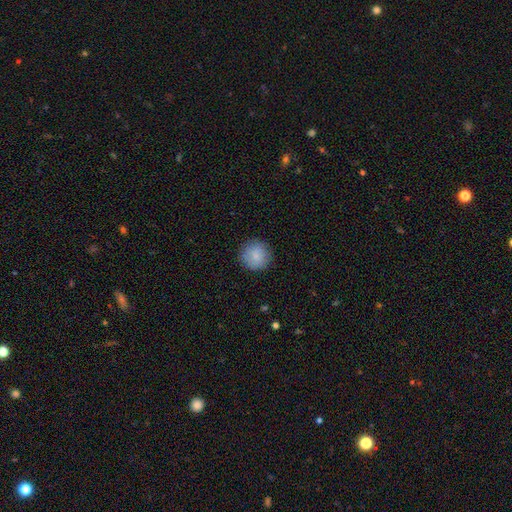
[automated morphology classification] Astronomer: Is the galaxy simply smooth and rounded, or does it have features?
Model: smooth — 86%.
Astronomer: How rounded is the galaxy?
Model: round — 94%.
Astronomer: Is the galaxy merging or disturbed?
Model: none — 88%.